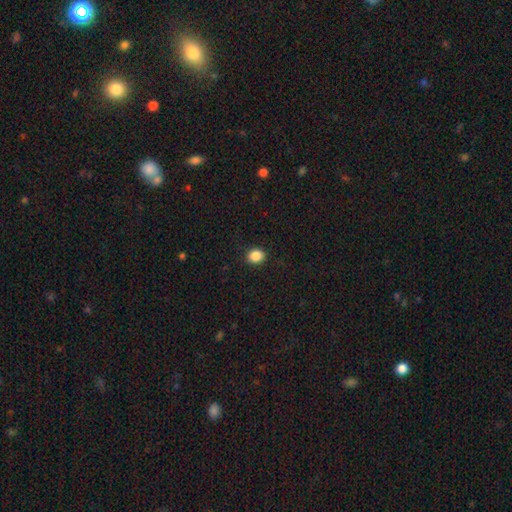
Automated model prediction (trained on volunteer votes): smooth_or_featured: smooth (p=0.87) [alt: star or artifact p=0.10]
how_rounded: round (p=0.64) [alt: in between p=0.35]
merging: none (p=0.91) [alt: minor disturbance p=0.06]